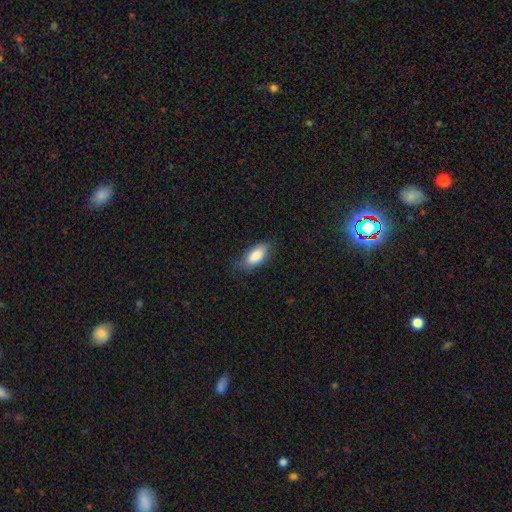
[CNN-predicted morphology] Smooth or featured? Predicted: smooth (p=0.86). How rounded? Predicted: in between (p=0.87). Merging? Predicted: none (p=0.75).